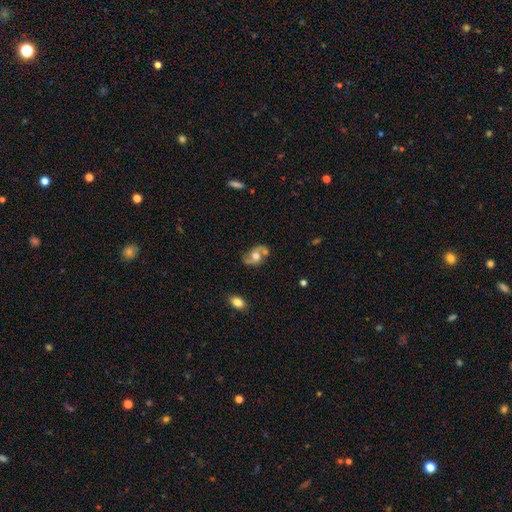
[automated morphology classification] Overall: featured or disk (63%; smooth 29%). Edge-on disk: no (94%). Bar: no (69%). Spiral arms: yes (76%). Bulge size: moderate (62%; large 26%). Merging: none (64%).